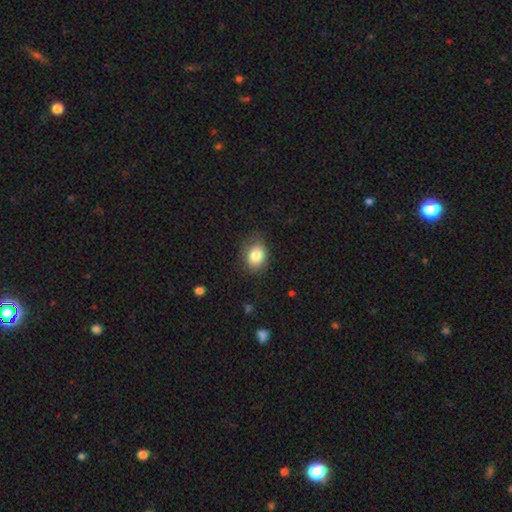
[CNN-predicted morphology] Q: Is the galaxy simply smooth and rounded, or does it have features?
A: smooth — 83%.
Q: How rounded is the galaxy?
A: in between — 62%.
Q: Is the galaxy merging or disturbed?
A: none — 76%.